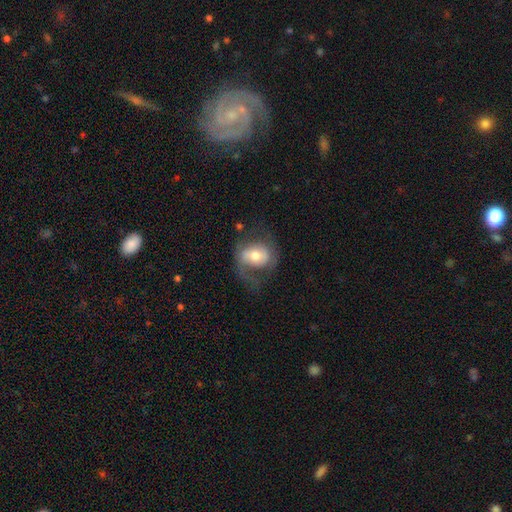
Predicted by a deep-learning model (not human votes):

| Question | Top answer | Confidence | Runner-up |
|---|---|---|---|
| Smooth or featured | featured or disk | 53% | smooth (40%) |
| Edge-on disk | no | 96% | yes (4%) |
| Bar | no | 50% | weak (34%) |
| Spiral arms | yes | 67% | no (33%) |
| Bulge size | moderate | 66% | small (17%) |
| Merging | none | 48% | major disturbance (27%) |